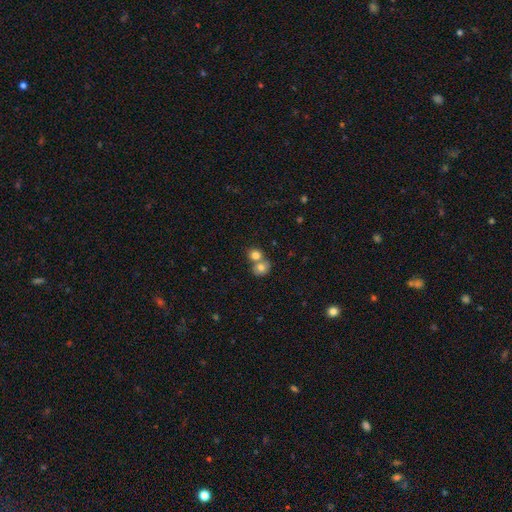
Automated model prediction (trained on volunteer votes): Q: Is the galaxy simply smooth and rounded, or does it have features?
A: smooth — 79%.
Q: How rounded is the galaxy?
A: round — 76%.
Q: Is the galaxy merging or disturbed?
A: merger — 56%.